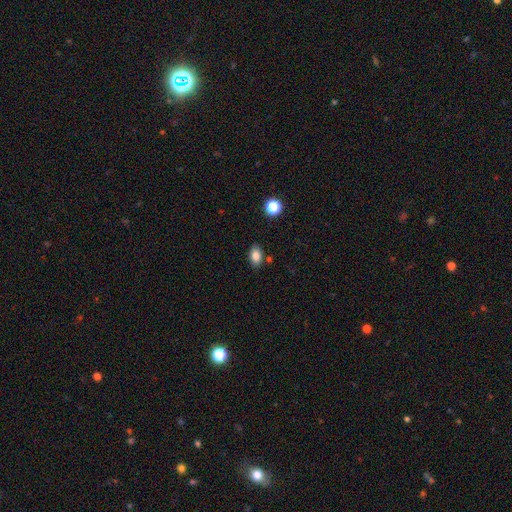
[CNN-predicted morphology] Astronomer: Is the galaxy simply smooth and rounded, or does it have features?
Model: smooth — 84%.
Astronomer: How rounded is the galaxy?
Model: in between — 85%.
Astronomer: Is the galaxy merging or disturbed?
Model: none — 81%.